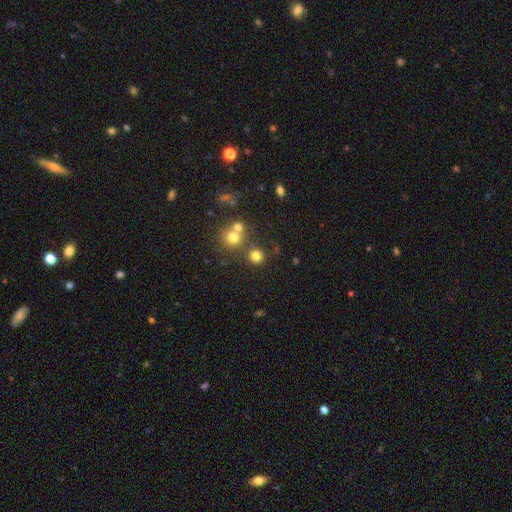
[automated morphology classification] smooth-or-featured: smooth: 76% | star or artifact: 16% | featured or disk: 8%
  how-rounded: round: 90% | in between: 9% | cigar-shaped: 1%
  merging: none: 71% | merger: 18% | minor disturbance: 8% | major disturbance: 3%